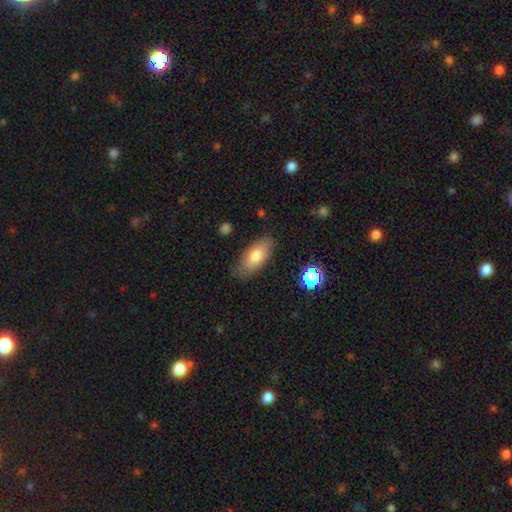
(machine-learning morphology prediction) smooth_or_featured: smooth (p=0.76) [alt: featured or disk p=0.17]
how_rounded: in between (p=0.86) [alt: cigar-shaped p=0.11]
merging: none (p=0.79) [alt: minor disturbance p=0.16]